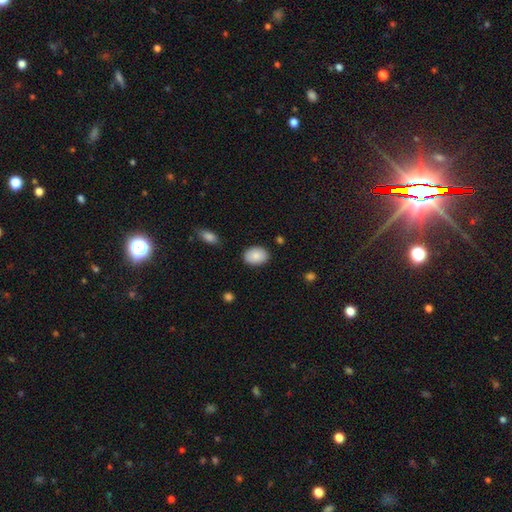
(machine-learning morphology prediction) A smooth galaxy with no disk features (88%) that is in between round and cigar-shaped (80%).

Vote fractions:
- Smooth or featured? smooth: 88% / star or artifact: 7% / featured or disk: 6%
- How rounded? in between: 80% / round: 19% / cigar-shaped: 1%
- Merging? none: 86% / minor disturbance: 10% / major disturbance: 2% / merger: 2%